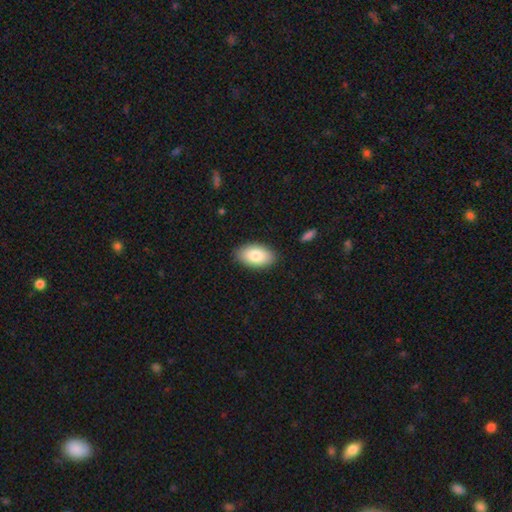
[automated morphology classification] smooth-or-featured: smooth: 83% | featured or disk: 11% | star or artifact: 6%
  how-rounded: in between: 94% | round: 4% | cigar-shaped: 2%
  merging: none: 87% | minor disturbance: 10% | major disturbance: 2% | merger: 1%